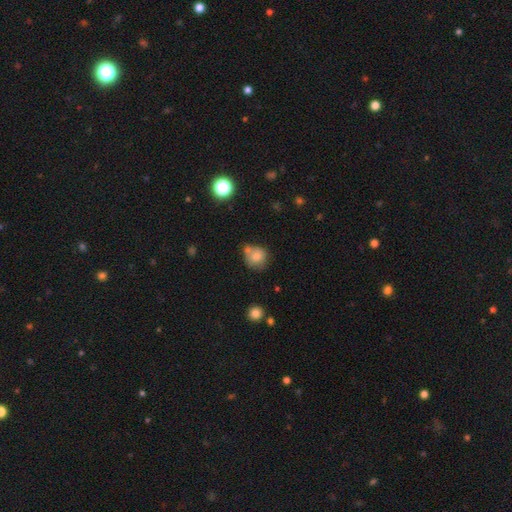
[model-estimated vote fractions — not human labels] Smooth or featured? smooth (78%)
How rounded? round (81%)
Merging? none (49%)